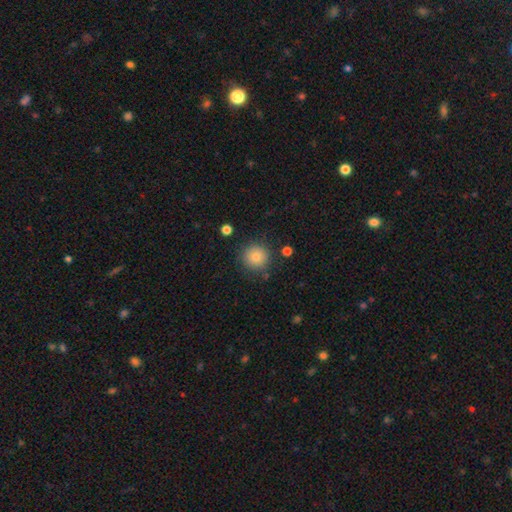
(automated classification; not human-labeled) Smooth or featured? Predicted: smooth (p=0.80). How rounded? Predicted: round (p=0.95). Merging? Predicted: none (p=0.87).